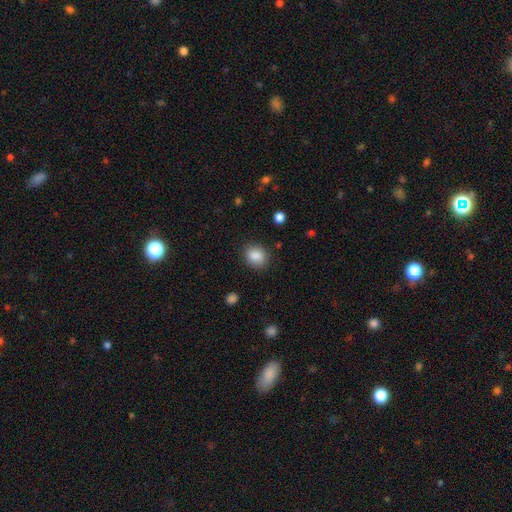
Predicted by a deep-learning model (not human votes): A smooth galaxy with no disk features (88%) that is round (62%).

Vote fractions:
- Smooth or featured? smooth: 88% / star or artifact: 9% / featured or disk: 4%
- How rounded? round: 62% / in between: 37% / cigar-shaped: 1%
- Merging? none: 86% / minor disturbance: 10% / major disturbance: 3% / merger: 1%